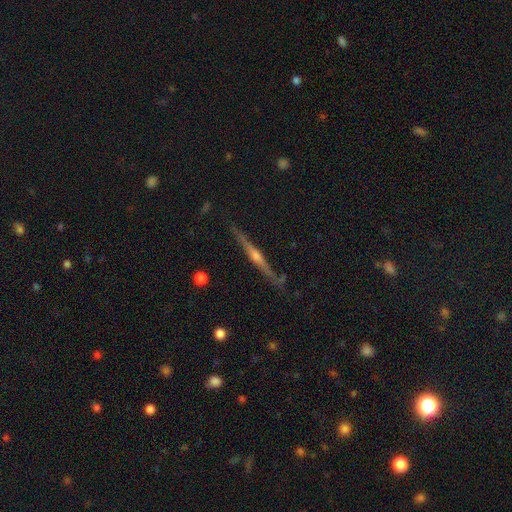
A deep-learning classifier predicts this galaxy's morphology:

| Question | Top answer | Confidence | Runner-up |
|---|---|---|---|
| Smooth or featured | featured or disk | 83% | smooth (11%) |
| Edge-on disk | yes | 98% | no (2%) |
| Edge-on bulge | rounded | 86% | none (8%) |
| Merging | none | 86% | minor disturbance (10%) |